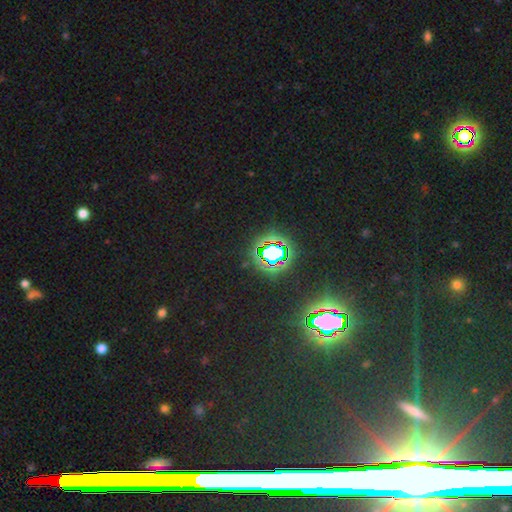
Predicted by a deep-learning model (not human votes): star or artifact 79%, smooth 11%, featured or disk 10%.